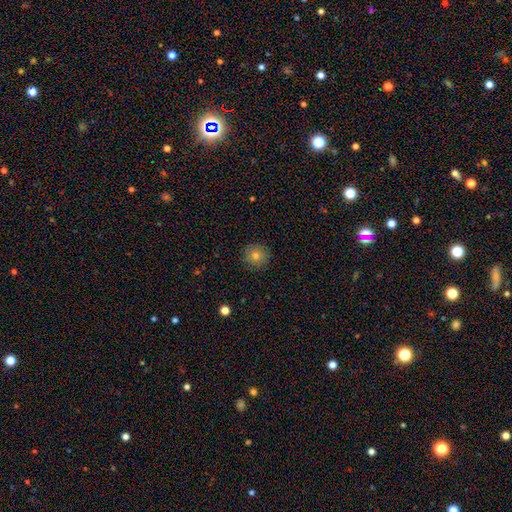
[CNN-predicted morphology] This is likely a smooth galaxy (77%). How rounded: clearly round (94%). Merging: clearly none (90%).